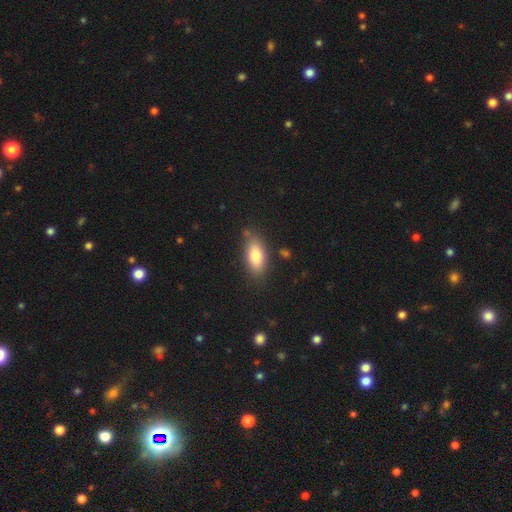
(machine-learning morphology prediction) smooth 80%, featured or disk 13%, star or artifact 7%. Down the decision tree: how rounded — in between (86%); merging — none (79%).